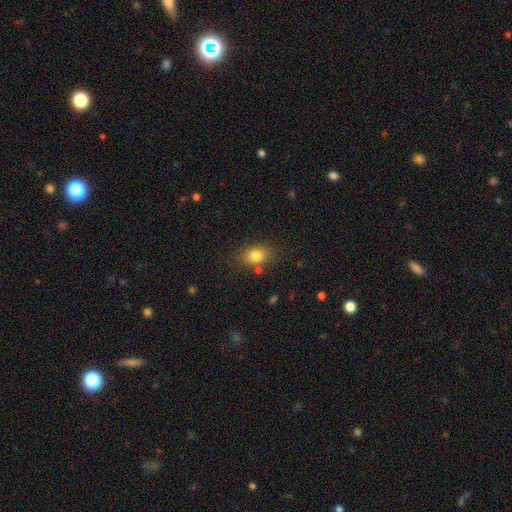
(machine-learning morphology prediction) smooth-or-featured: smooth: 82% | star or artifact: 10% | featured or disk: 8%
  how-rounded: in between: 64% | round: 35% | cigar-shaped: 1%
  merging: none: 77% | minor disturbance: 13% | merger: 6% | major disturbance: 4%